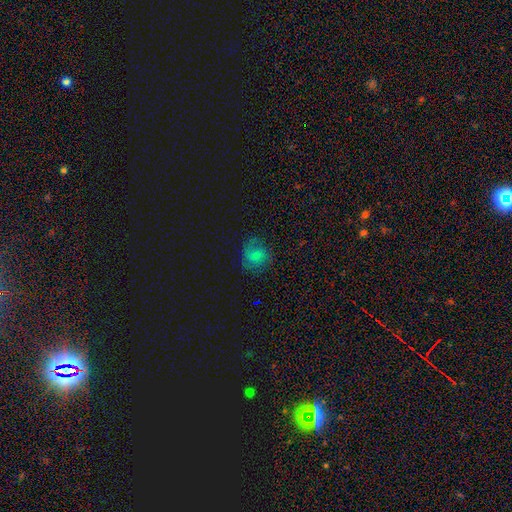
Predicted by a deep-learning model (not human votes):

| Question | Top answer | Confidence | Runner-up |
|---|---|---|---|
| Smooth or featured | smooth | 52% | star or artifact (28%) |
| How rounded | round | 80% | in between (19%) |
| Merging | none | 74% | minor disturbance (17%) |